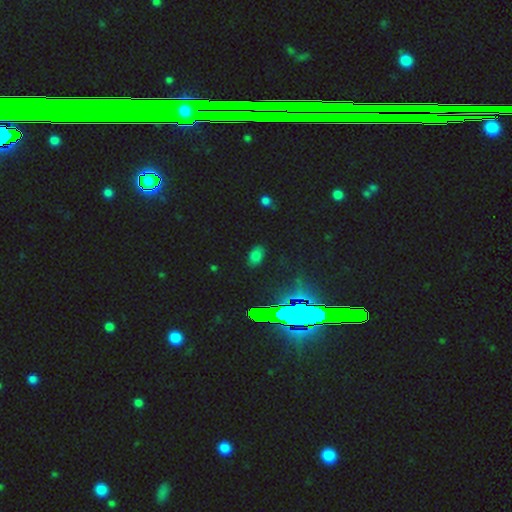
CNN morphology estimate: A smooth galaxy with no disk features (56%) that is in between round and cigar-shaped (80%).

Vote fractions:
- Smooth or featured? smooth: 56% / star or artifact: 34% / featured or disk: 10%
- How rounded? in between: 80% / round: 17% / cigar-shaped: 3%
- Merging? none: 83% / minor disturbance: 12% / major disturbance: 4% / merger: 2%